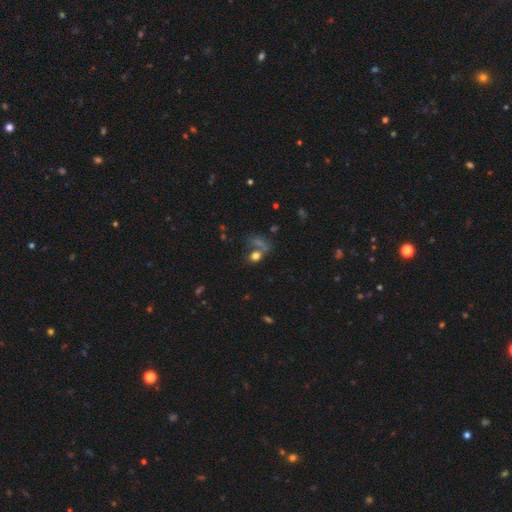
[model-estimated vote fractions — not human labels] Smooth or featured: smooth — 69% (star or artifact — 20%)
How rounded: round — 52% (in between — 44%)
Merging: none — 46% (merger — 31%)